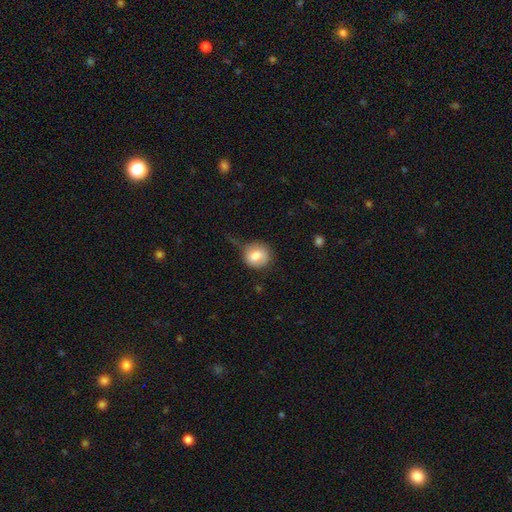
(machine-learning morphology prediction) The model was most divided on "merging": none: 56%, minor disturbance: 28%, major disturbance: 14%, merger: 3%. More confident: how rounded — round (84%); smooth or featured — smooth (77%).